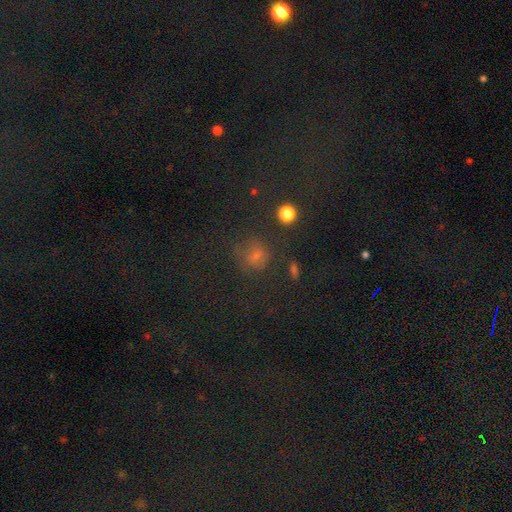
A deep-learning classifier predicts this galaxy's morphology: Smooth or featured? smooth (57%)
How rounded? round (77%)
Merging? none (64%)